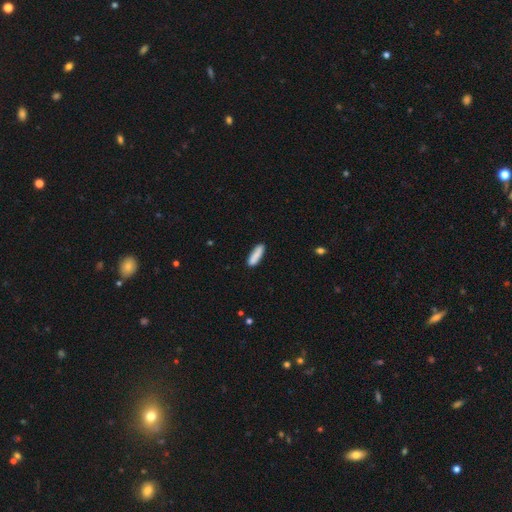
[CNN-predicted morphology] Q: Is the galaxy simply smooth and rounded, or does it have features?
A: smooth — 85%.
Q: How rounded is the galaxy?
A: cigar-shaped — 66%.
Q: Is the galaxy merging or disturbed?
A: none — 82%.